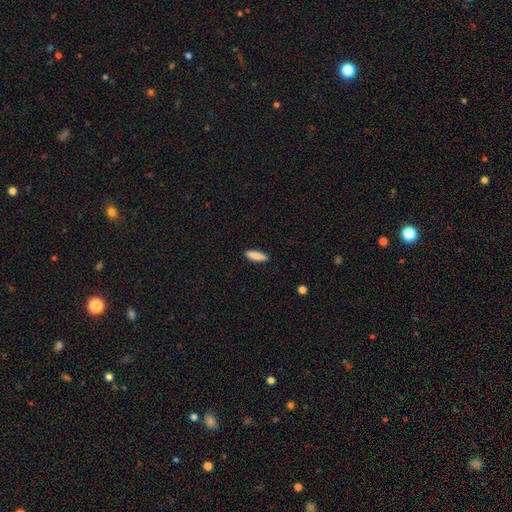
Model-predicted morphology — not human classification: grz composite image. It shows a smooth galaxy with no disk features (86%) that is cigar-shaped (65%). Merging: none (89%).